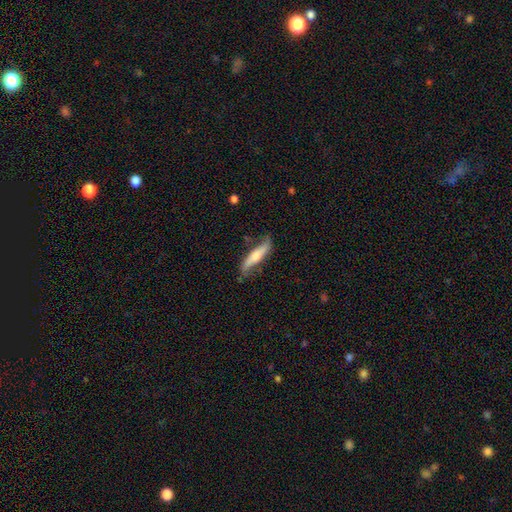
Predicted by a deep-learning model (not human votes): Smooth or featured: smooth — 48% (featured or disk — 47%)
Merging: none — 66% (minor disturbance — 24%)